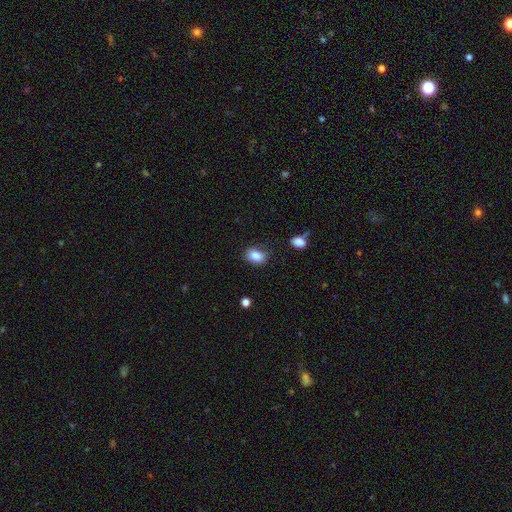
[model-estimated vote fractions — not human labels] Overall: smooth (85%). How rounded: in between (73%). Merging: none (77%).